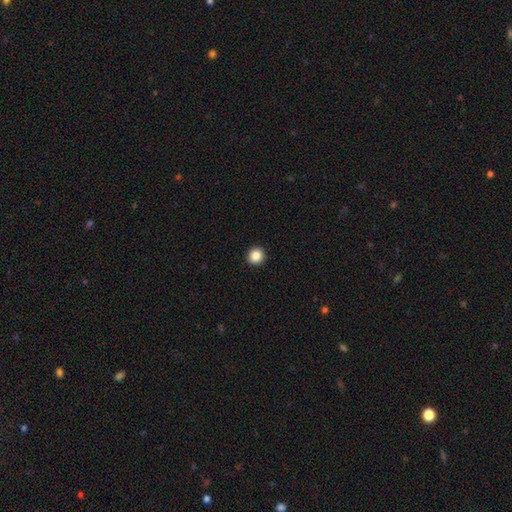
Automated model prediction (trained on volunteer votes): smooth 87%, star or artifact 10%, featured or disk 3%. Down the decision tree: how rounded — round (94%); merging — none (94%).